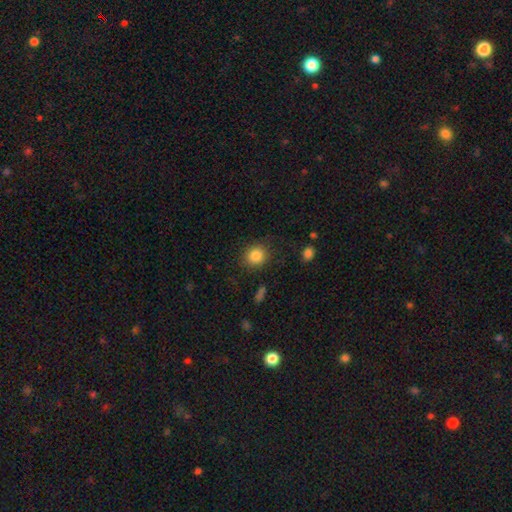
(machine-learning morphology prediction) smooth_or_featured: smooth (p=0.85) [alt: star or artifact p=0.10]
how_rounded: round (p=0.79) [alt: in between p=0.20]
merging: none (p=0.86) [alt: minor disturbance p=0.09]